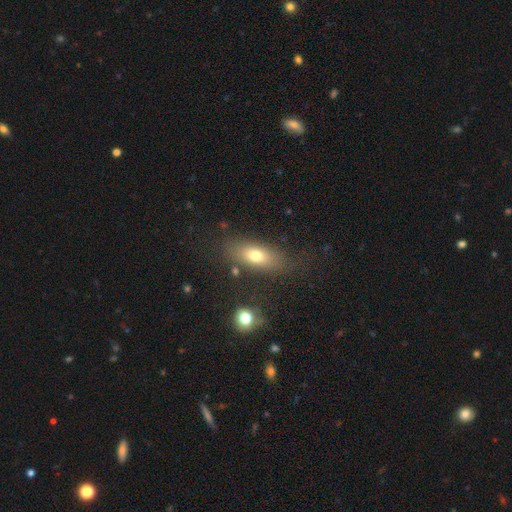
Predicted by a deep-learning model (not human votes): A smooth galaxy with no disk features (72%) that is in between round and cigar-shaped (77%). Merging: none (75%).